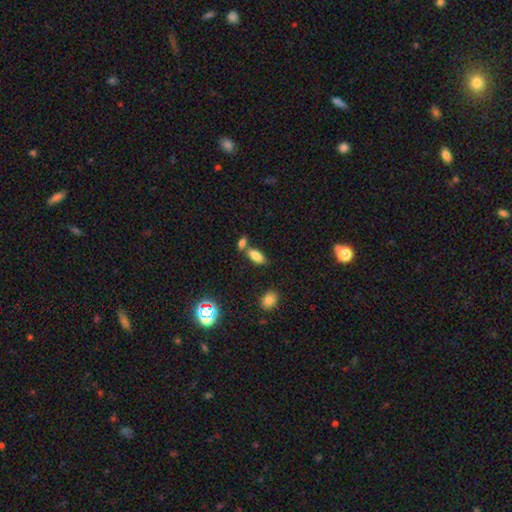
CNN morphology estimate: Q: Smooth or featured?
A: smooth (79%); runner-up: star or artifact (12%)
Q: How rounded?
A: in between (82%); runner-up: cigar-shaped (14%)
Q: Merging?
A: none (52%); runner-up: merger (33%)